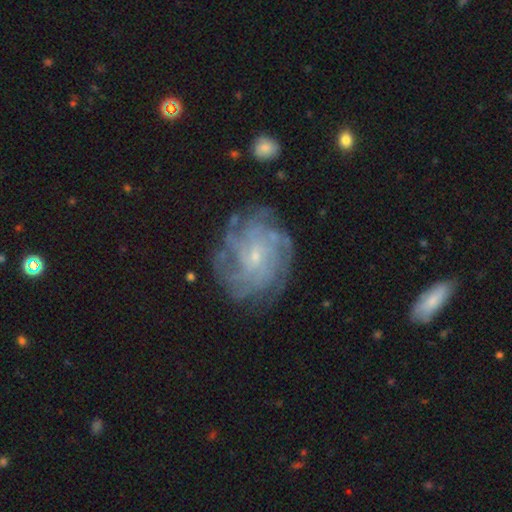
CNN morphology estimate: type=featured or disk (84%); edge-on=no (97%); bar=no (68%); spiral arms=yes (94%); winding=tight (65%); arm count=can't tell (30%); bulge=small (82%); merging=none (78%).